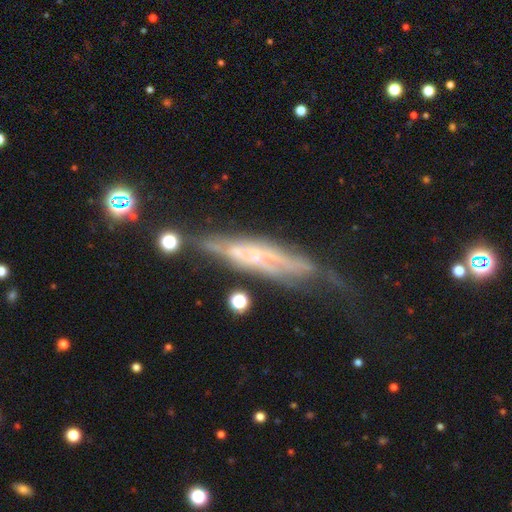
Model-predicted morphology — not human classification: smooth_or_featured: featured or disk (p=0.72) [alt: smooth p=0.19]
disk_edge_on: yes (p=0.76) [alt: no p=0.24]
edge_on_bulge: none (p=0.52) [alt: rounded p=0.28]
merging: none (p=0.47) [alt: minor disturbance p=0.29]